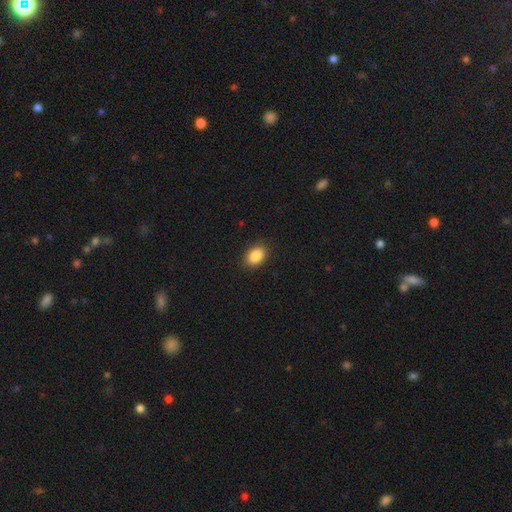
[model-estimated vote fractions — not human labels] Morphology: type=smooth (88%); roundness=in between (77%); merging=none (88%).